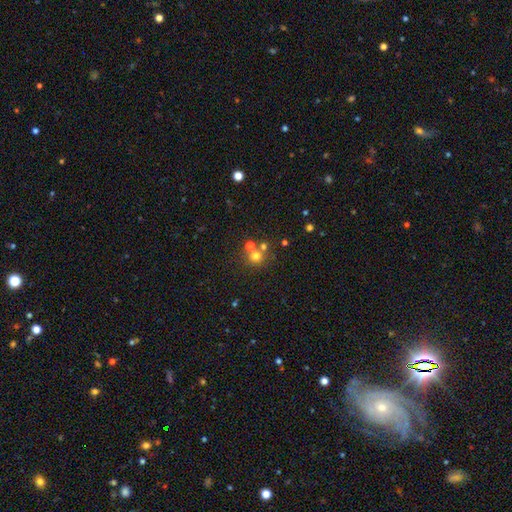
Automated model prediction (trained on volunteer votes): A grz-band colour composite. It shows a smooth galaxy with no disk features (68%) that is round (89%). Merging: none (57%).